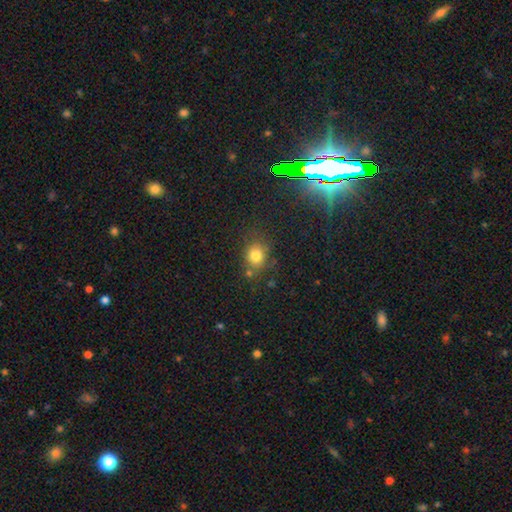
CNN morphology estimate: Smooth or featured? Predicted: smooth (p=0.78). How rounded? Predicted: round (p=0.70). Merging? Predicted: none (p=0.71).